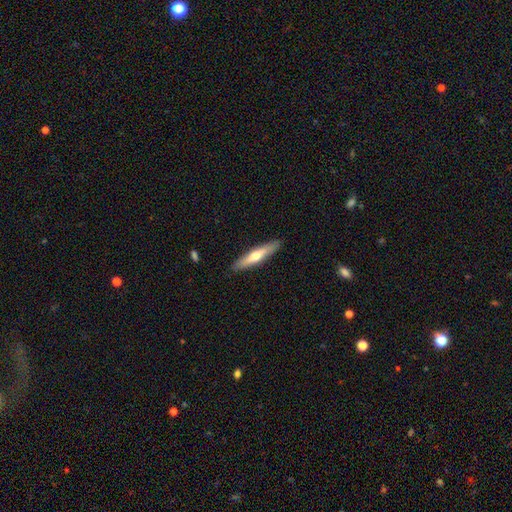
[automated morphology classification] Overall: featured or disk (48%; smooth 46%). Merging: none (90%).